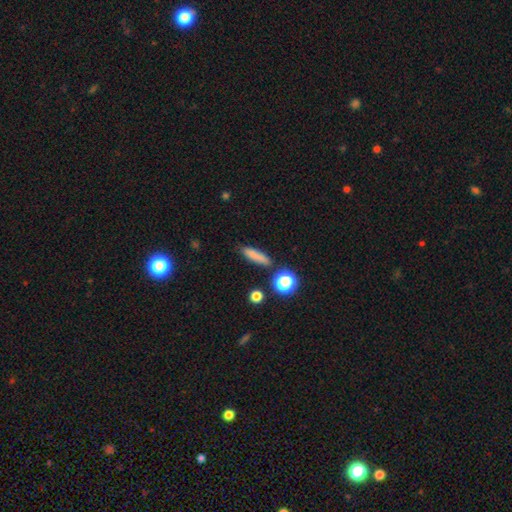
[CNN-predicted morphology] This appears to be a smooth galaxy with no disk features (79%) that is cigar-shaped (70%). Merging: none (83%).